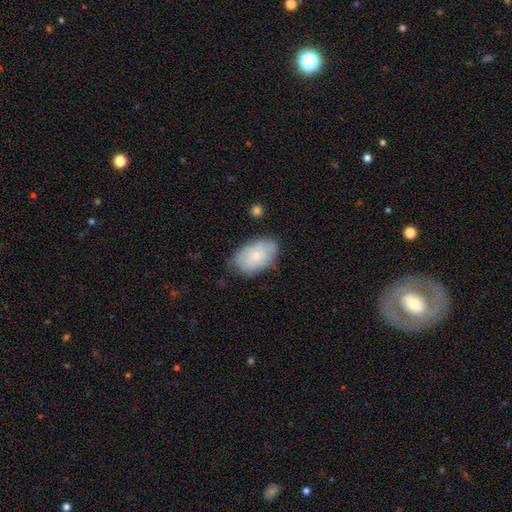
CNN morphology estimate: Q: Smooth or featured?
A: smooth (63%); runner-up: featured or disk (31%)
Q: How rounded?
A: in between (91%); runner-up: round (8%)
Q: Merging?
A: none (68%); runner-up: minor disturbance (24%)